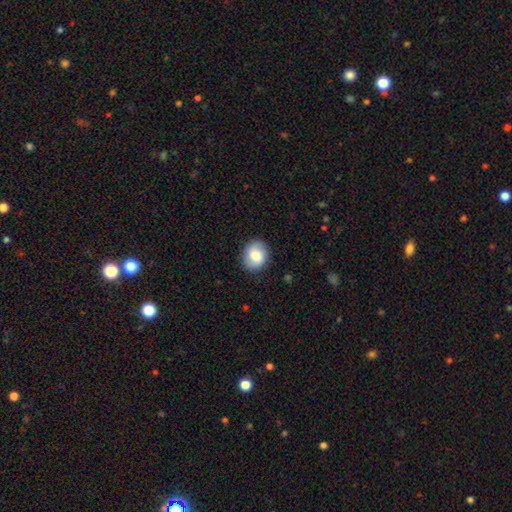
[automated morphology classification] type=smooth (72%); roundness=round (67%); merging=none (86%).